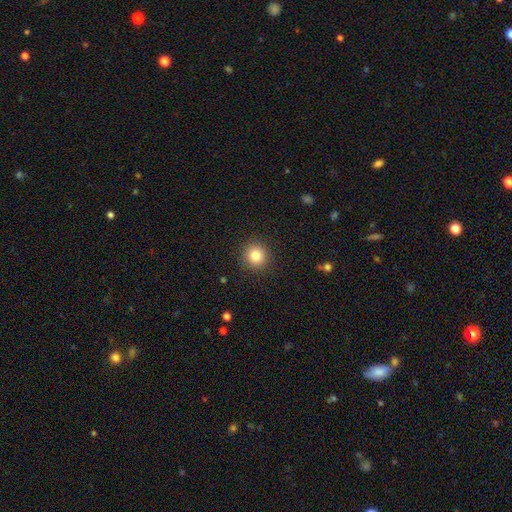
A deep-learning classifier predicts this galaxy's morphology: Smooth or featured? Predicted: smooth (p=0.83). How rounded? Predicted: round (p=0.93). Merging? Predicted: none (p=0.91).